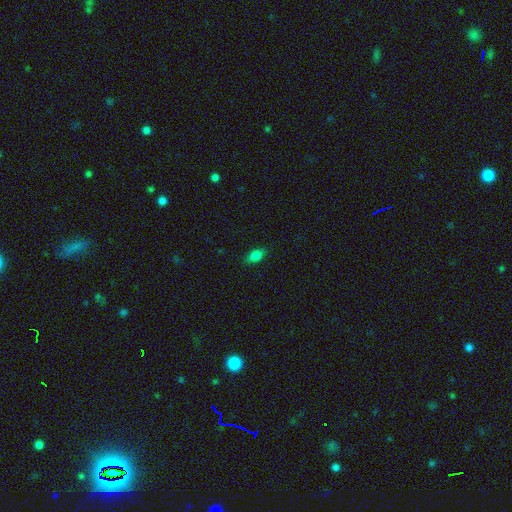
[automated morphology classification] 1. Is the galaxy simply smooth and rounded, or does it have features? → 81% smooth, 11% star or artifact, 8% featured or disk.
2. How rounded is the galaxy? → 81% in between, 13% round, 6% cigar-shaped.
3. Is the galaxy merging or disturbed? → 83% none, 14% minor disturbance, 3% major disturbance, 1% merger.